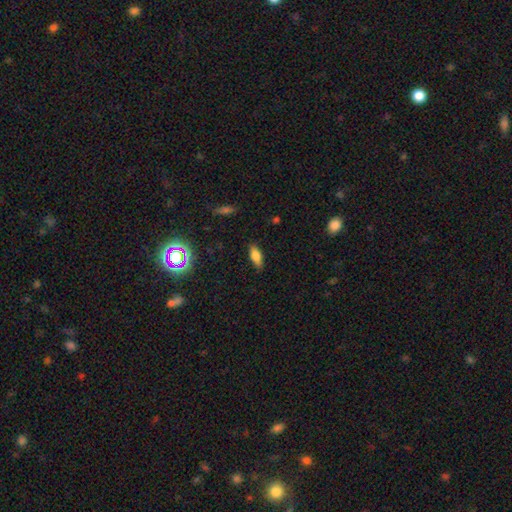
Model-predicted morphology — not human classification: type=smooth (74%); roundness=in between (74%); merging=none (84%).